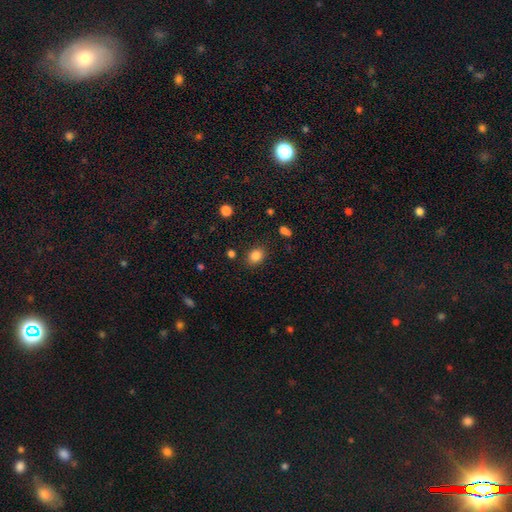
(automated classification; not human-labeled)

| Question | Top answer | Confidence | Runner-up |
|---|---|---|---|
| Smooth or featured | smooth | 84% | star or artifact (11%) |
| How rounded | round | 52% | in between (47%) |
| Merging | none | 83% | minor disturbance (11%) |